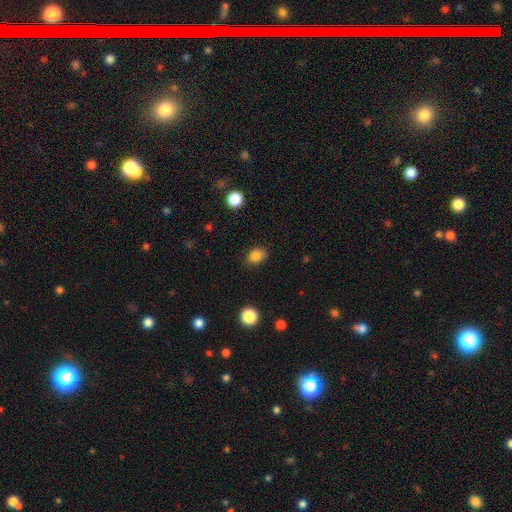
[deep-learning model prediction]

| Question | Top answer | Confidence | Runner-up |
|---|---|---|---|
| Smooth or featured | smooth | 84% | star or artifact (11%) |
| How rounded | in between | 64% | round (35%) |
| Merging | none | 77% | minor disturbance (18%) |